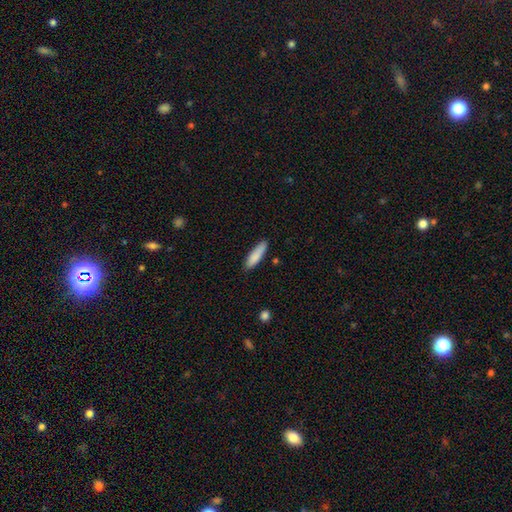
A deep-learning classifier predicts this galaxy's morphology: smooth_or_featured: smooth (p=0.86) [alt: featured or disk p=0.08]
how_rounded: cigar-shaped (p=0.70) [alt: in between p=0.29]
merging: none (p=0.83) [alt: minor disturbance p=0.13]